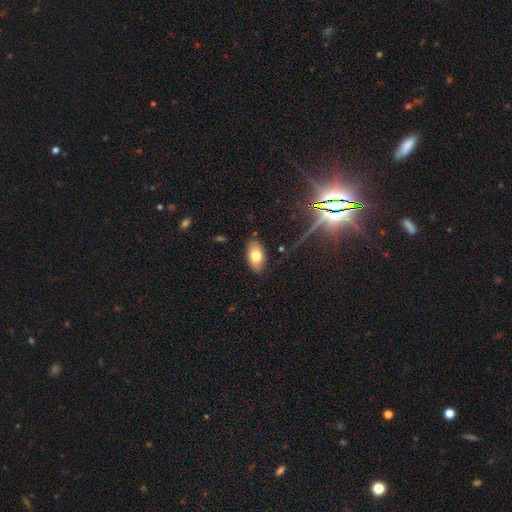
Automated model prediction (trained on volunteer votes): smooth_or_featured: smooth (p=0.74) [alt: featured or disk p=0.16]
how_rounded: in between (p=0.93) [alt: round p=0.05]
merging: none (p=0.86) [alt: minor disturbance p=0.10]